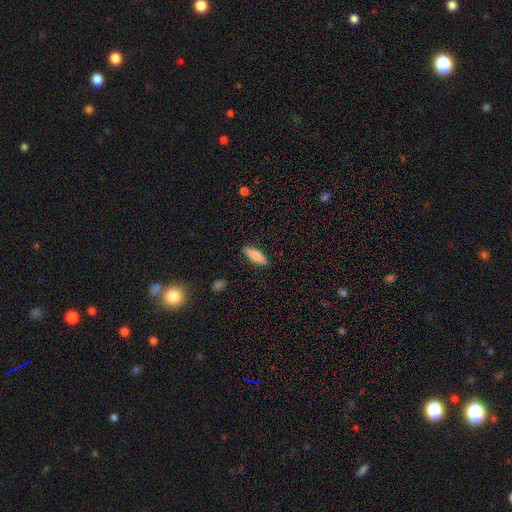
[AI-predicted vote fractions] smooth 77%, featured or disk 17%, star or artifact 6%. Down the decision tree: how rounded — cigar-shaped (53%); merging — none (88%).